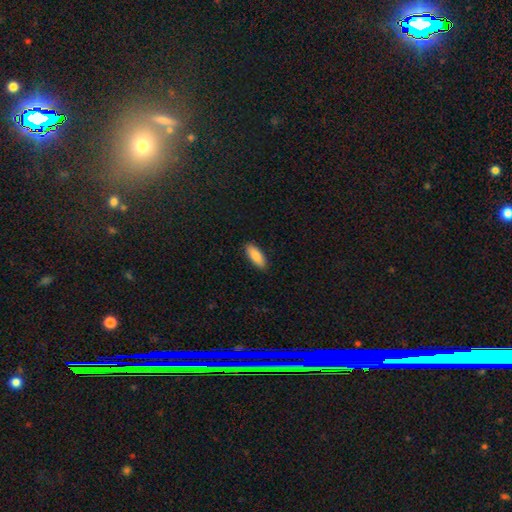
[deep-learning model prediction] smooth 88%, featured or disk 7%, star or artifact 6%. Down the decision tree: how rounded — in between (77%); merging — none (89%).